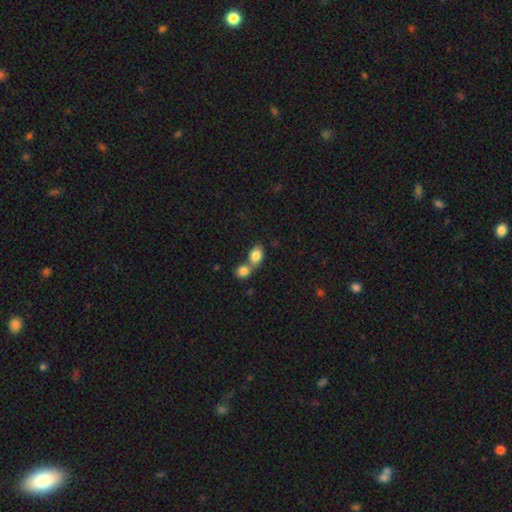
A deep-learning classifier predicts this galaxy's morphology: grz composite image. It shows a smooth galaxy with no disk features (83%) that is in between round and cigar-shaped (63%). Merging: merger (65%).